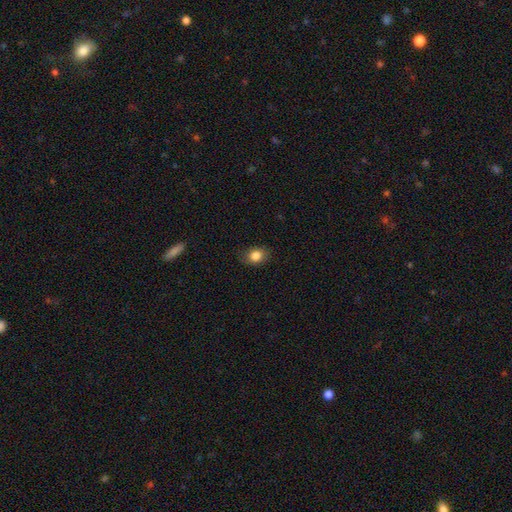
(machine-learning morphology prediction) smooth-or-featured: smooth: 83% | star or artifact: 10% | featured or disk: 7%
  how-rounded: in between: 56% | round: 43% | cigar-shaped: 1%
  merging: none: 81% | minor disturbance: 15% | major disturbance: 3% | merger: 1%